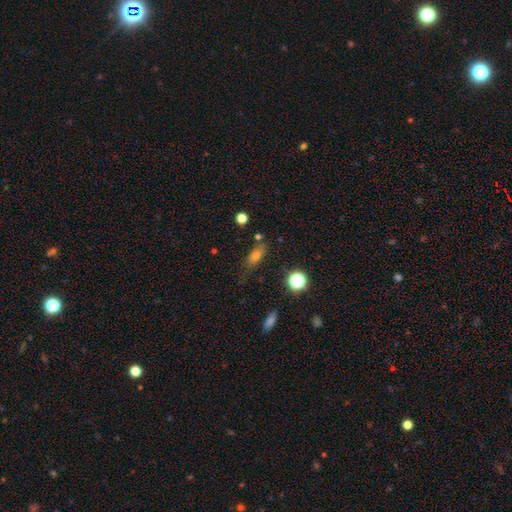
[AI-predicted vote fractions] A smooth galaxy with no disk features (67%) that is in between round and cigar-shaped (71%). Merging: none (70%).